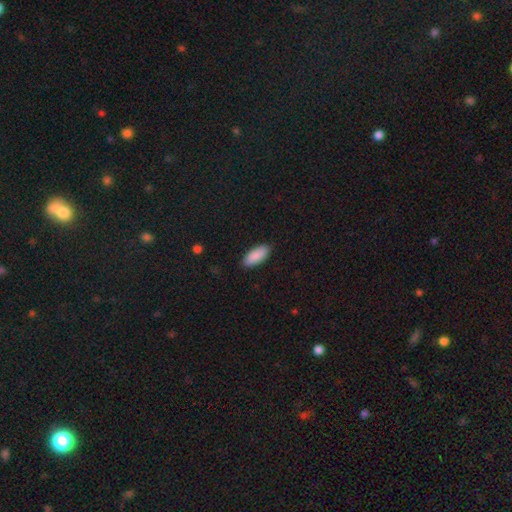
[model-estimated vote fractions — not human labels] Smooth or featured? smooth (90%)
How rounded? in between (86%)
Merging? none (89%)